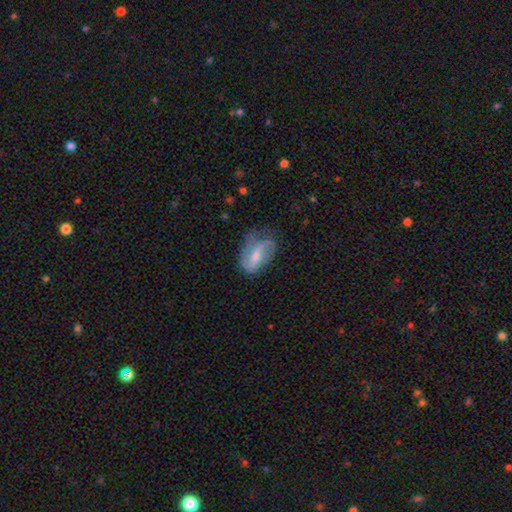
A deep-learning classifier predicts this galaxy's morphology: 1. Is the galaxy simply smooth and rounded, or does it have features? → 59% featured or disk, 34% smooth, 7% star or artifact.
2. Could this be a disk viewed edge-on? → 95% no, 5% yes.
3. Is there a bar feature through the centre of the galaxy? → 47% weak, 28% strong, 25% no.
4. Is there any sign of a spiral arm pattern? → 82% yes, 18% no.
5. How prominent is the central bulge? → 42% moderate, 36% small, 14% none, 6% large, 1% dominant.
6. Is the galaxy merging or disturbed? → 42% none, 32% minor disturbance, 24% major disturbance, 2% merger.